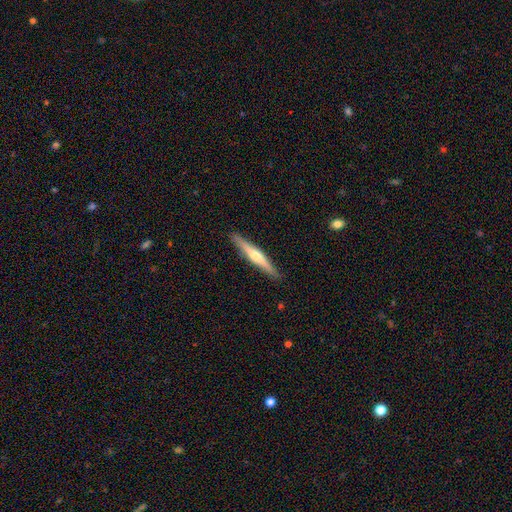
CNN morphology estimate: Smooth or featured?
  - featured or disk: 63% *
  - smooth: 32%
  - star or artifact: 5%
Edge-on disk?
  - yes: 97% *
  - no: 3%
Edge-on bulge?
  - rounded: 83% *
  - none: 11%
  - boxy: 6%
Merging?
  - none: 91% *
  - minor disturbance: 7%
  - major disturbance: 1%
  - merger: 1%